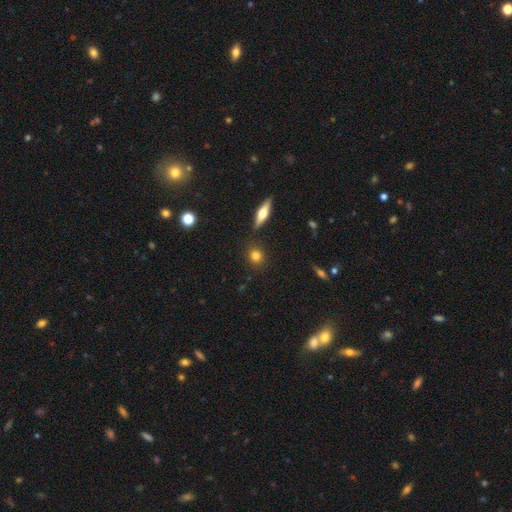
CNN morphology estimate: This appears to be a smooth galaxy with no disk features (81%) that is round (82%). Merging: none (87%).